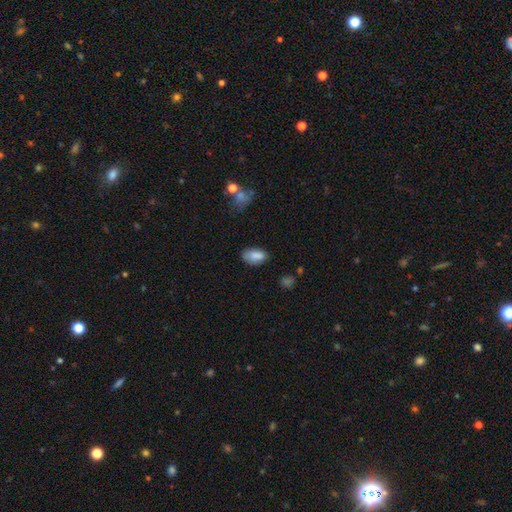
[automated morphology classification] A smooth galaxy with no disk features (86%) that is in between round and cigar-shaped (93%).

Vote fractions:
- Smooth or featured? smooth: 86% / star or artifact: 8% / featured or disk: 7%
- How rounded? in between: 93% / round: 4% / cigar-shaped: 3%
- Merging? none: 71% / minor disturbance: 22% / major disturbance: 5% / merger: 3%